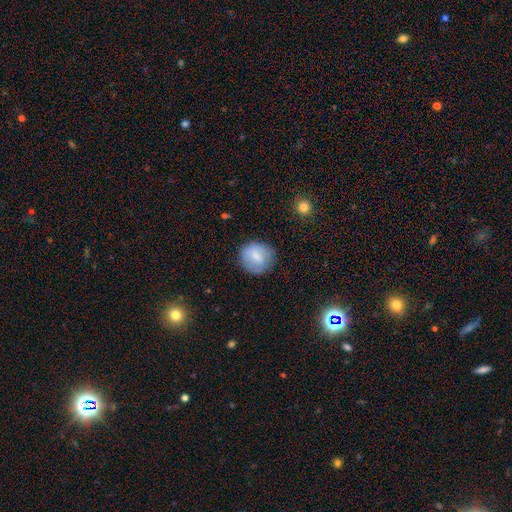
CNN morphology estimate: Smooth or featured? smooth (68%)
How rounded? round (82%)
Merging? none (79%)